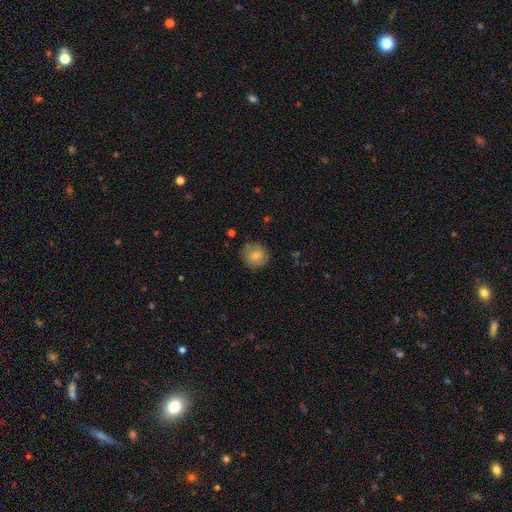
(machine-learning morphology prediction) Smooth or featured: smooth — 78% (featured or disk — 14%)
How rounded: round — 86% (in between — 13%)
Merging: none — 81% (minor disturbance — 14%)